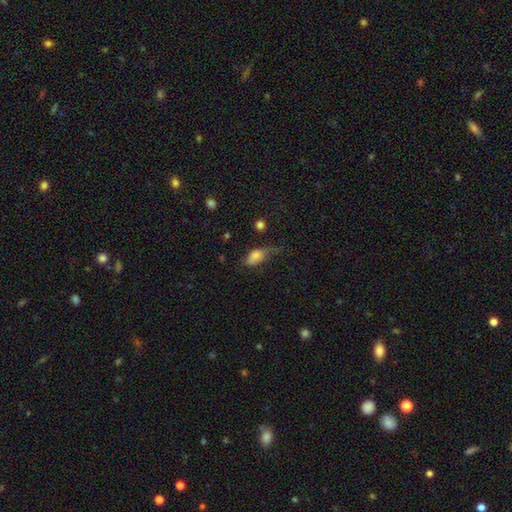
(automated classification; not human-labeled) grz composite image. It shows a smooth galaxy with no disk features (73%) that is in between round and cigar-shaped (89%). Merging: minor disturbance (34%).